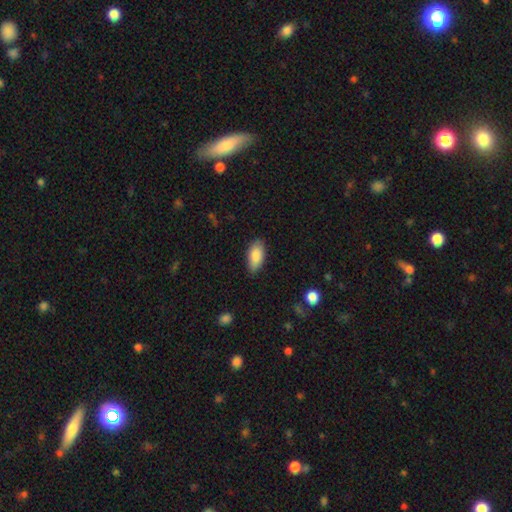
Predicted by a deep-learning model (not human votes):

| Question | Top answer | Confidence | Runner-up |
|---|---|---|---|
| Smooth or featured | smooth | 86% | featured or disk (8%) |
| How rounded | in between | 91% | cigar-shaped (7%) |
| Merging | none | 83% | minor disturbance (14%) |